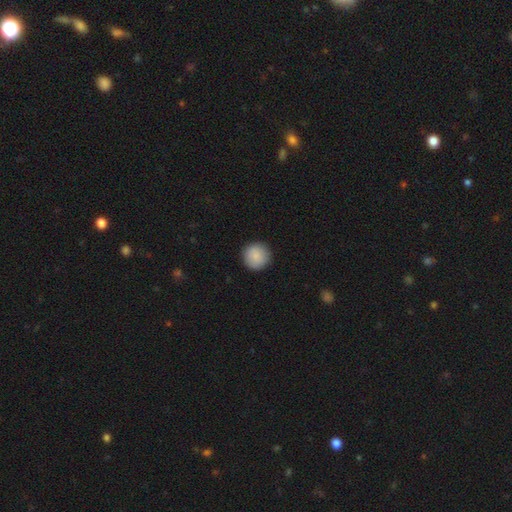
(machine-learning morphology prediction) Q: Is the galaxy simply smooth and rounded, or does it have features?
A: smooth — 87%.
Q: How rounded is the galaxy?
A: round — 95%.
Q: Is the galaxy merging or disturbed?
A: none — 92%.